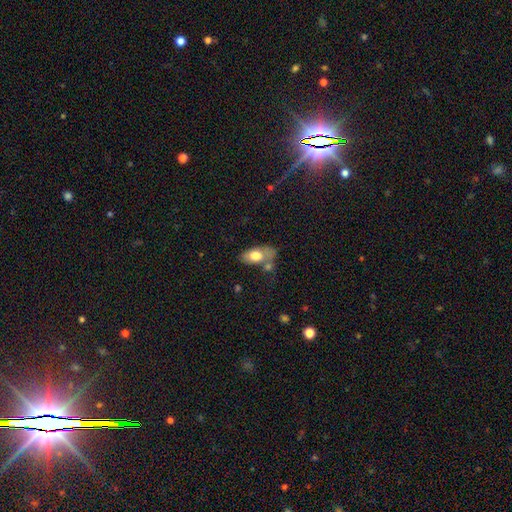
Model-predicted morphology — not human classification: smooth_or_featured: smooth (p=0.71) [alt: featured or disk p=0.23]
how_rounded: in between (p=0.90) [alt: round p=0.05]
merging: none (p=0.44) [alt: merger p=0.24]